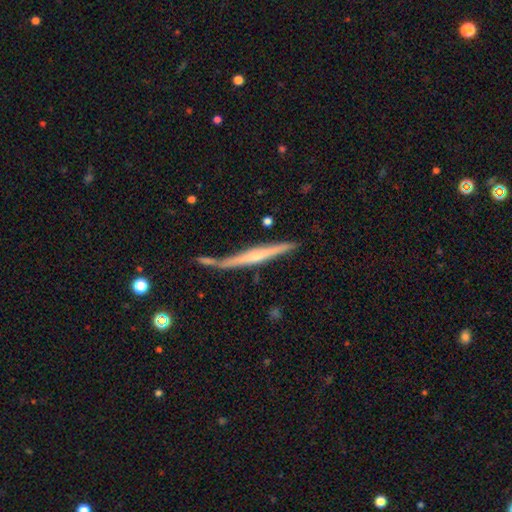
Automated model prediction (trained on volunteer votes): This is likely a featured or disk galaxy (65%). It is clearly viewed edge-on (96%). Edge-on bulge: possibly rounded (55%). Merging: likely none (65%).